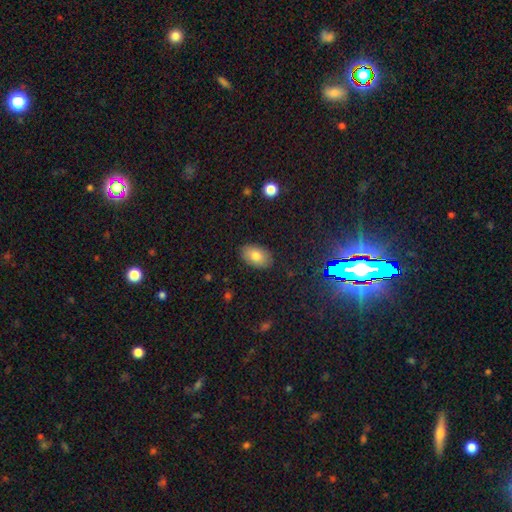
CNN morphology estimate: This is likely a smooth galaxy (78%). How rounded: clearly in between (89%). Merging: clearly none (87%).